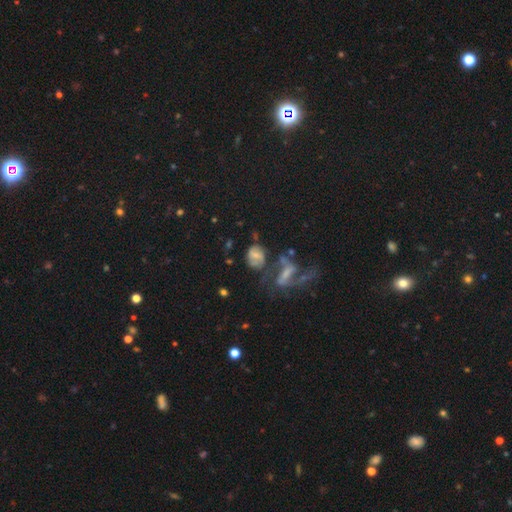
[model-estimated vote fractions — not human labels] Smooth or featured? Predicted: featured or disk (p=0.50). Merging? Predicted: none (p=0.40).